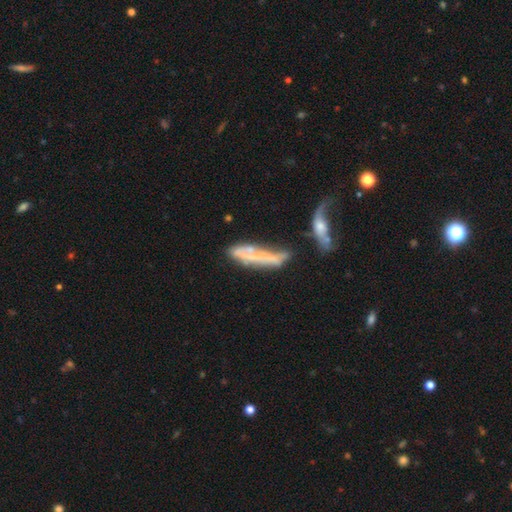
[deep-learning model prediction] Smooth or featured? featured or disk (49%)
Merging? none (32%)